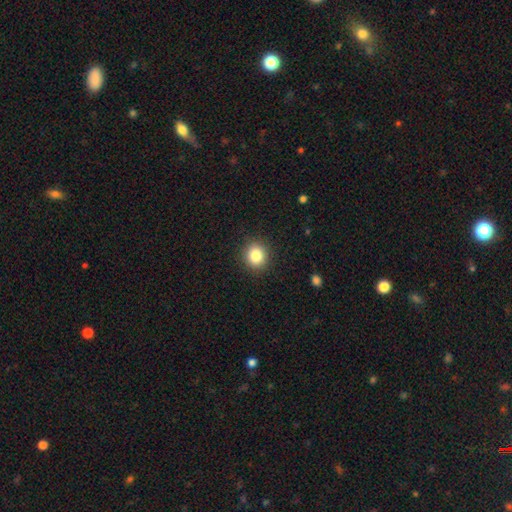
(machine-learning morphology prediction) Overall: smooth (85%). How rounded: round (83%). Merging: none (90%).